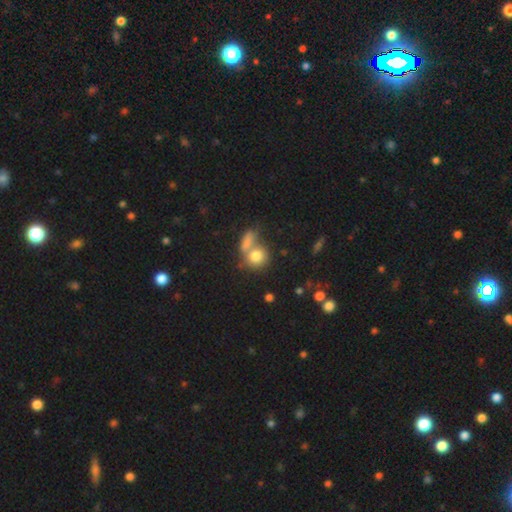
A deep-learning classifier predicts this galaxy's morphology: smooth 79%, featured or disk 11%, star or artifact 10%. Down the decision tree: how rounded — round (72%); merging — merger (46%).